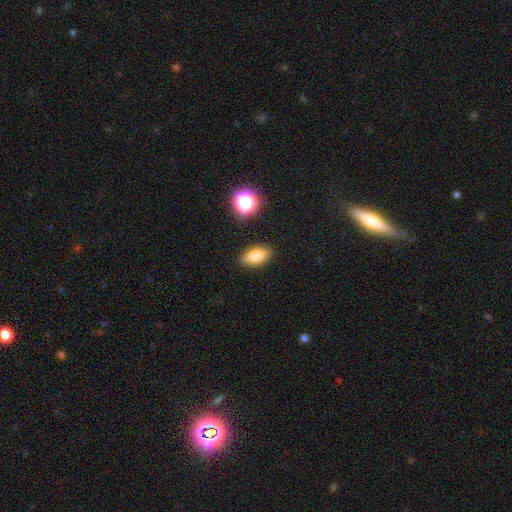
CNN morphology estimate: Smooth or featured? Predicted: smooth (p=0.82). How rounded? Predicted: in between (p=0.90). Merging? Predicted: none (p=0.87).